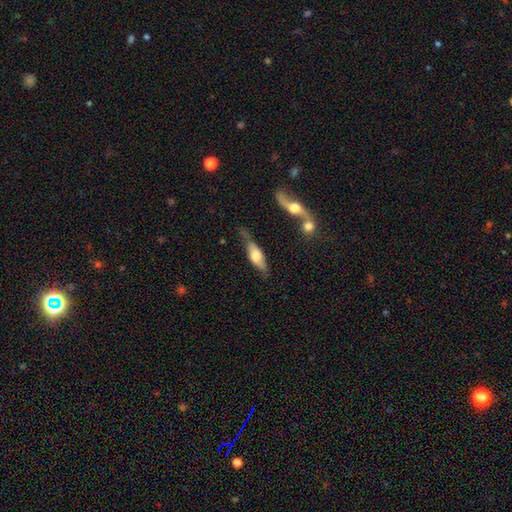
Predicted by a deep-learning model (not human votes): Morphology: type=featured or disk (48%); merging=none (56%).